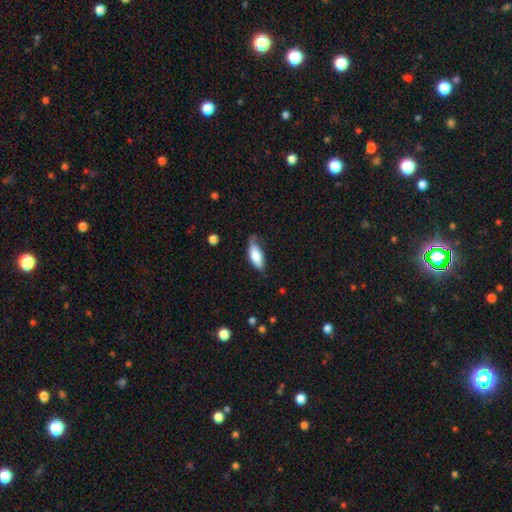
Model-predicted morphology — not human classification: smooth-or-featured: smooth: 75% | featured or disk: 19% | star or artifact: 6%
  how-rounded: in between: 75% | cigar-shaped: 23% | round: 2%
  merging: none: 56% | minor disturbance: 34% | major disturbance: 8% | merger: 2%